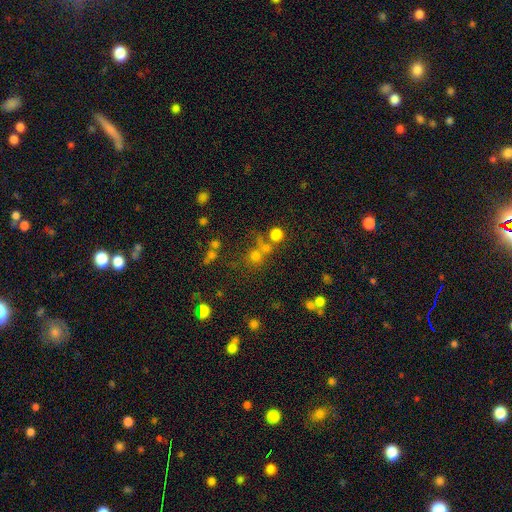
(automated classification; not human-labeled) Smooth or featured? smooth (62%)
How rounded? round (88%)
Merging? none (60%)